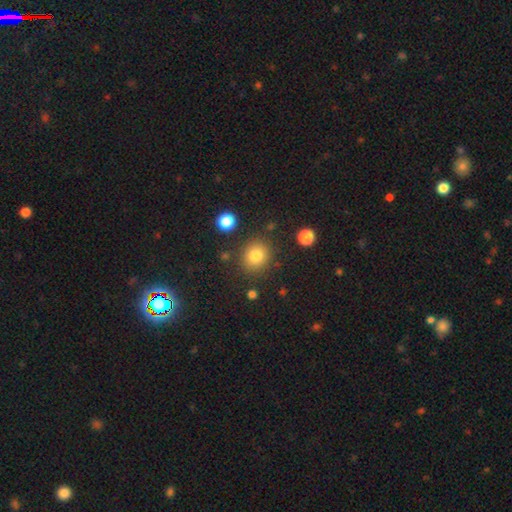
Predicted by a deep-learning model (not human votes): Morphology: type=smooth (81%); roundness=round (82%); merging=none (85%).